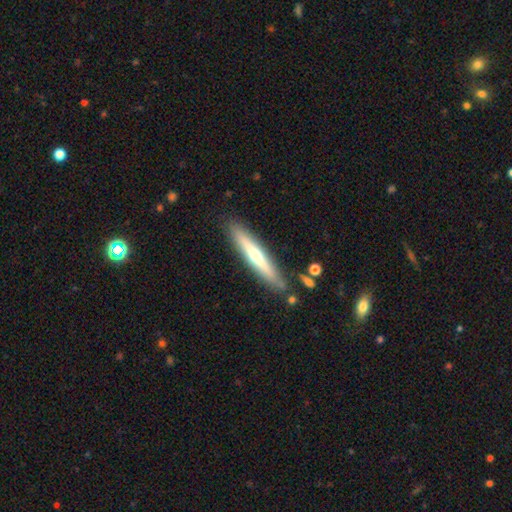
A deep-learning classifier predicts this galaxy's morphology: Smooth or featured? featured or disk (57%)
Edge-on disk? yes (92%)
Edge-on bulge? rounded (85%)
Merging? none (86%)